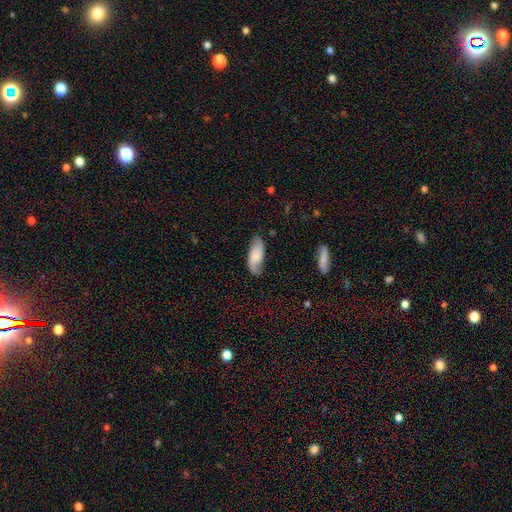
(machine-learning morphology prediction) A smooth galaxy with no disk features (54%) that is in between round and cigar-shaped (78%). Merging: none (69%).